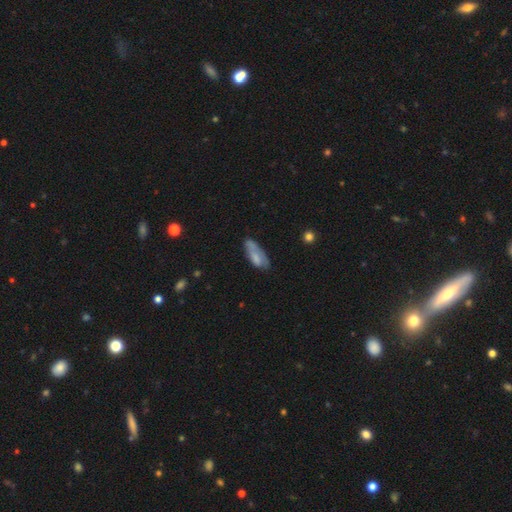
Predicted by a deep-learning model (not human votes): smooth_or_featured: smooth (p=0.66) [alt: featured or disk p=0.27]
how_rounded: in between (p=0.71) [alt: cigar-shaped p=0.26]
merging: none (p=0.44) [alt: minor disturbance p=0.34]